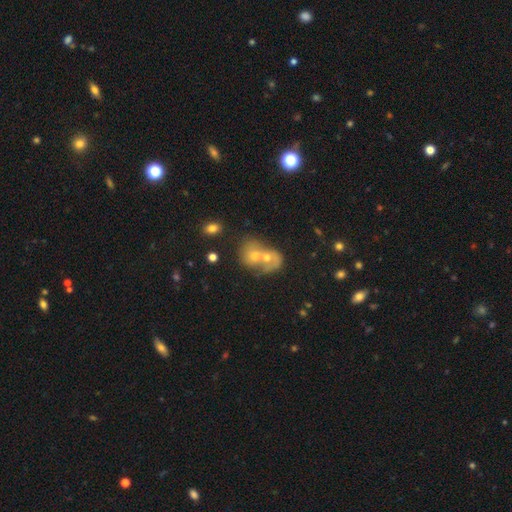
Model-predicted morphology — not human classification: Smooth or featured? Predicted: smooth (p=0.45). Merging? Predicted: merger (p=0.72).